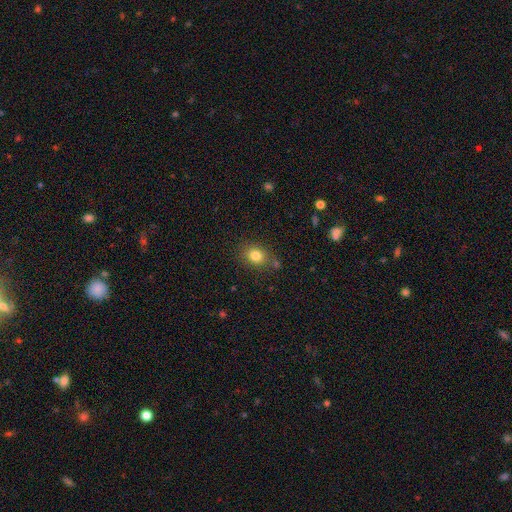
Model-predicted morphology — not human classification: smooth 81%, star or artifact 12%, featured or disk 7%. Down the decision tree: how rounded — round (53%); merging — none (78%).